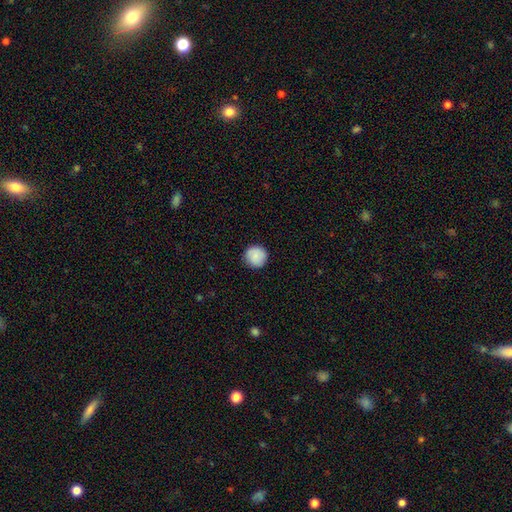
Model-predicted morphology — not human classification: This appears to be a smooth galaxy with no disk features (87%) that is round (95%). Merging: none (89%).